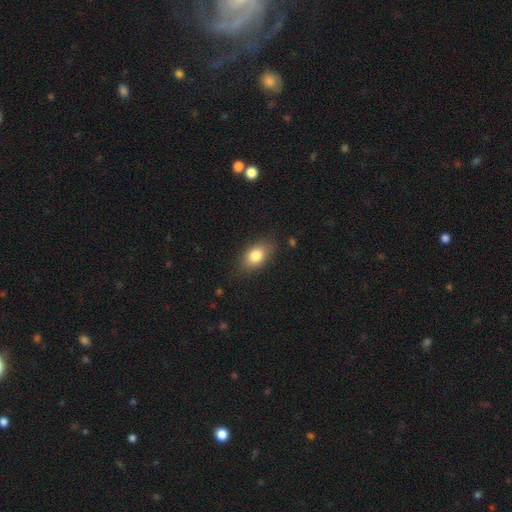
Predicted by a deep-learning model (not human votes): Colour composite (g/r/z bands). It shows a smooth galaxy with no disk features (80%) that is in between round and cigar-shaped (85%). Merging: none (79%).